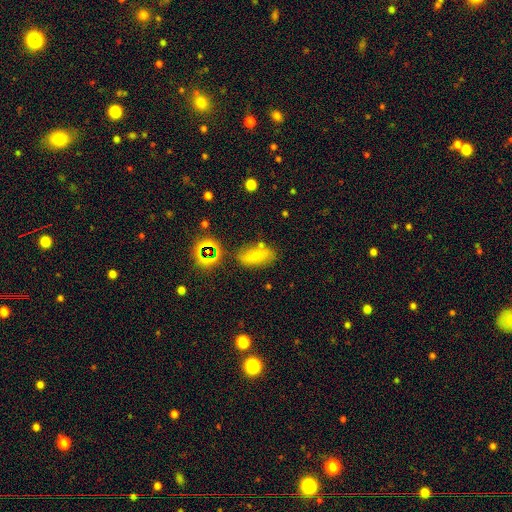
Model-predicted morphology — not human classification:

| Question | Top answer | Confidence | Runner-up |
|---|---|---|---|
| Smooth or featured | smooth | 63% | featured or disk (22%) |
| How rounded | in between | 81% | cigar-shaped (12%) |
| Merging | none | 68% | minor disturbance (18%) |